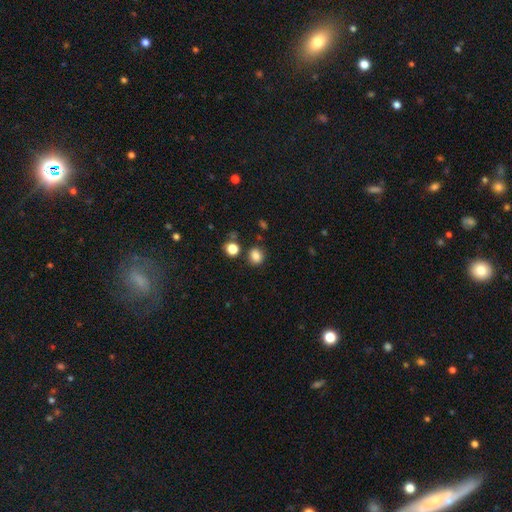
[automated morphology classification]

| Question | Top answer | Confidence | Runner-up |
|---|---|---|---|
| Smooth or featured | smooth | 83% | star or artifact (12%) |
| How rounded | round | 69% | in between (30%) |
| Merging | none | 80% | minor disturbance (11%) |